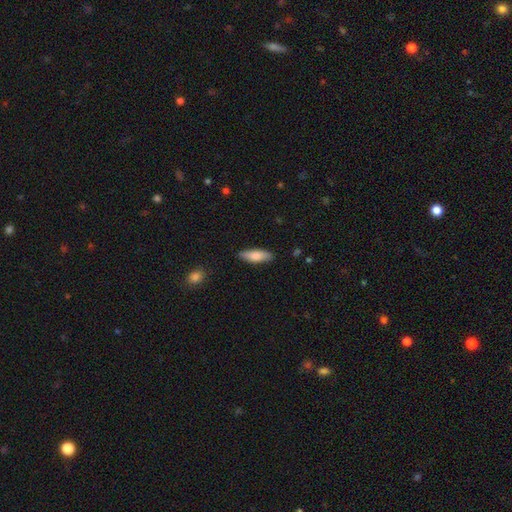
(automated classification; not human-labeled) Smooth or featured: smooth — 77% (featured or disk — 17%)
How rounded: in between — 52% (cigar-shaped — 46%)
Merging: none — 86% (minor disturbance — 11%)